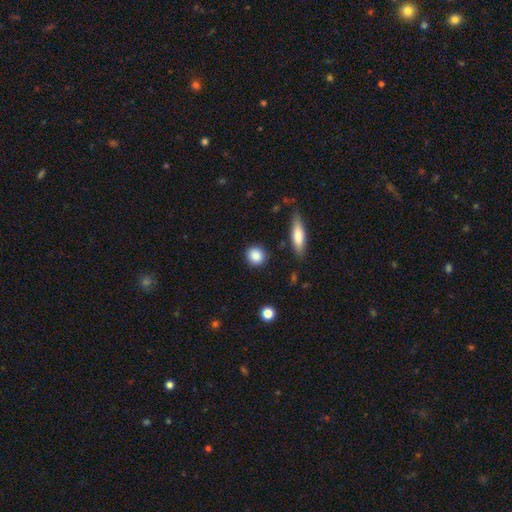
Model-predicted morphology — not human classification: This is clearly a smooth galaxy (87%). How rounded: clearly round (86%). Merging: clearly none (88%).